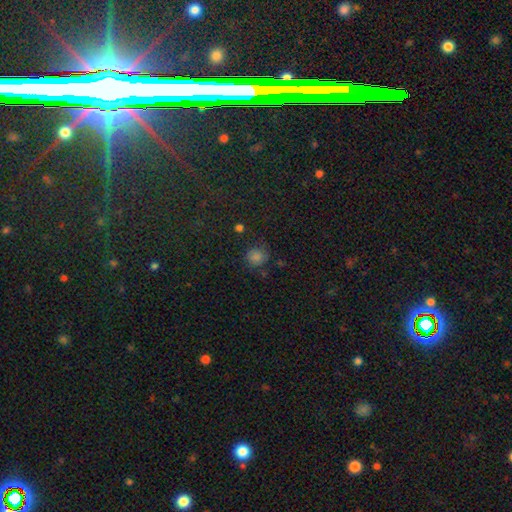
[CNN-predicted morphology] Smooth or featured? Predicted: smooth (p=0.69). How rounded? Predicted: round (p=0.88). Merging? Predicted: none (p=0.76).